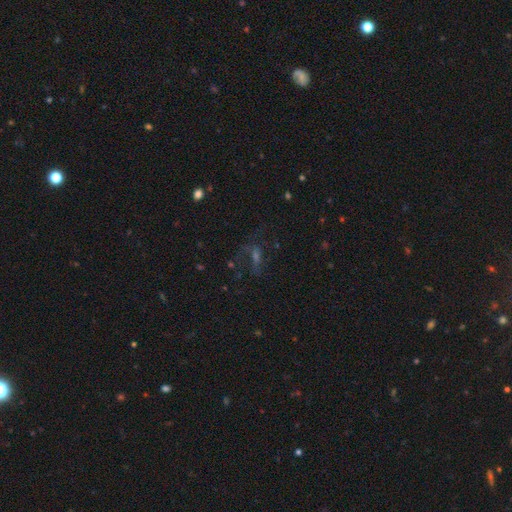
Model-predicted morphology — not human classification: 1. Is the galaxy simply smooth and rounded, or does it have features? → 42% featured or disk, 35% star or artifact, 23% smooth.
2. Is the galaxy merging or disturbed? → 51% none, 29% major disturbance, 17% minor disturbance, 4% merger.